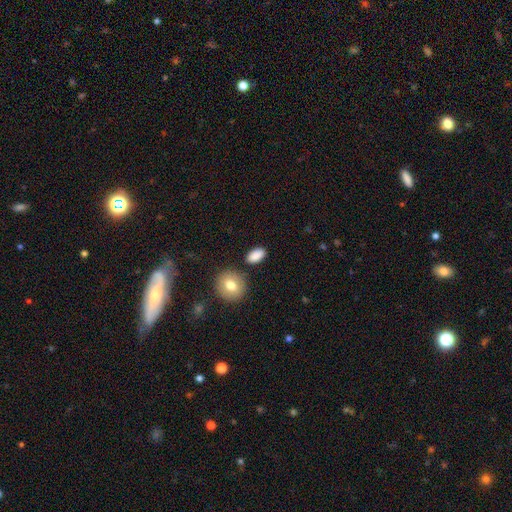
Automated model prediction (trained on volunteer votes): Overall: smooth (87%). How rounded: in between (89%). Merging: none (84%).